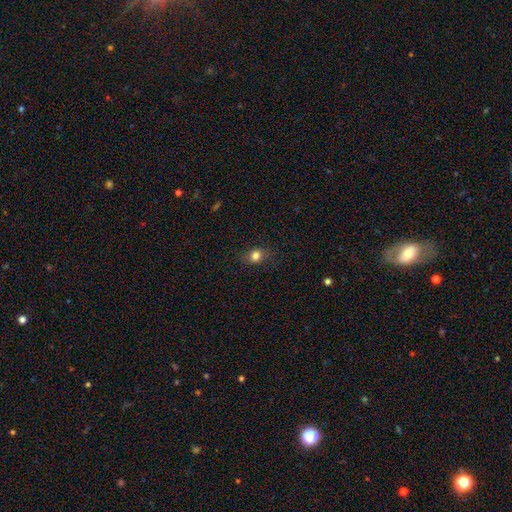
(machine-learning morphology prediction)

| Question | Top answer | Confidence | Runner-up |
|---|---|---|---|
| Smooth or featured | smooth | 79% | star or artifact (12%) |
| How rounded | round | 50% | in between (48%) |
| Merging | none | 81% | minor disturbance (14%) |